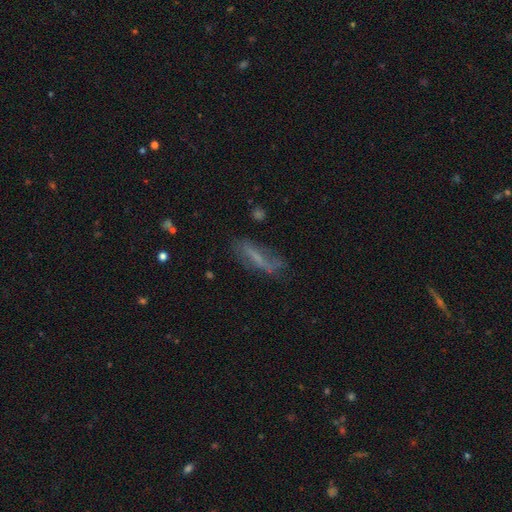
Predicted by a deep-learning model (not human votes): Q: Smooth or featured?
A: featured or disk (46%); runner-up: smooth (39%)
Q: Merging?
A: none (62%); runner-up: minor disturbance (23%)